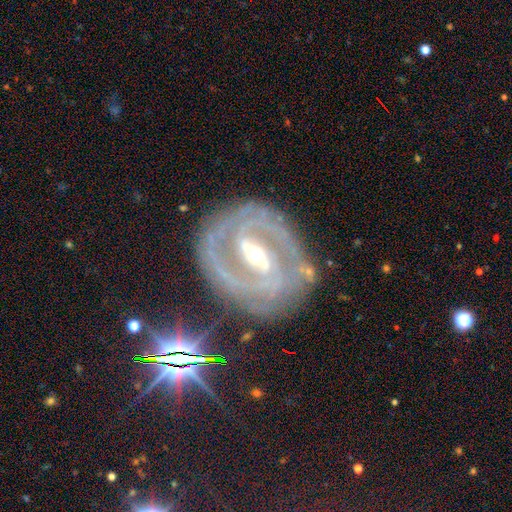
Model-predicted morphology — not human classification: Smooth or featured? featured or disk (91%)
Edge-on disk? no (97%)
Bar? strong (60%)
Spiral arms? yes (97%)
Spiral winding? tight (58%)
Spiral arm count? 2 (62%)
Bulge size? moderate (56%)
Merging? none (75%)